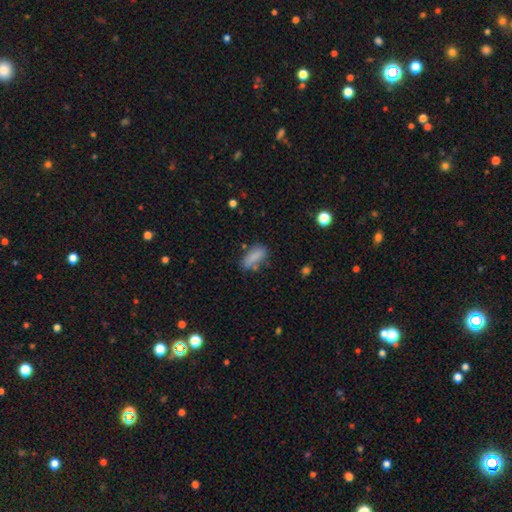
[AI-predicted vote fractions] A smooth galaxy with no disk features (81%) that is in between round and cigar-shaped (77%). Merging: none (57%).